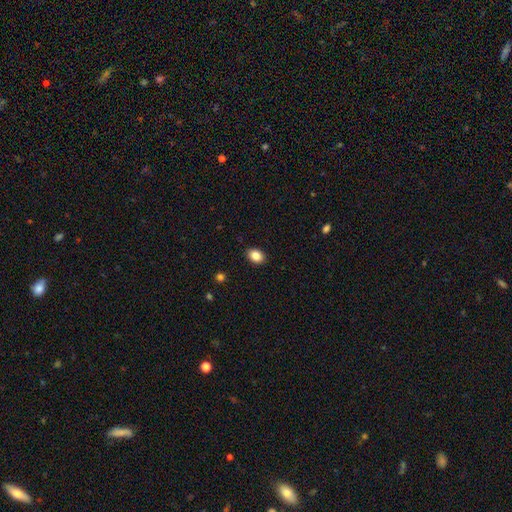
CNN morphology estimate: Smooth or featured? smooth (86%)
How rounded? in between (67%)
Merging? none (90%)